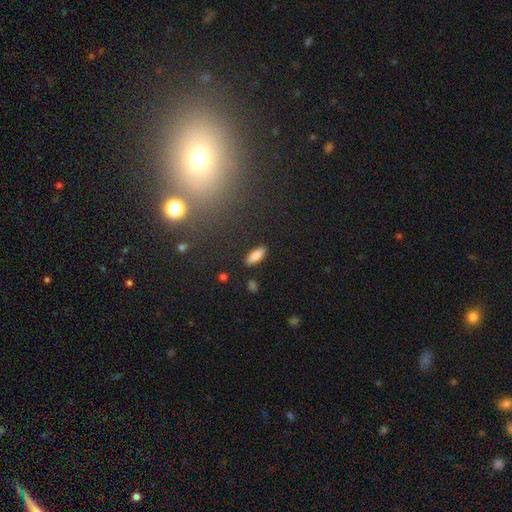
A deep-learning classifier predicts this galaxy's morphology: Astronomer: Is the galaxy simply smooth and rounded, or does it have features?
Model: smooth — 83%.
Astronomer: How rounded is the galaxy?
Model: in between — 78%.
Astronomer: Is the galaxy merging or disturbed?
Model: none — 88%.